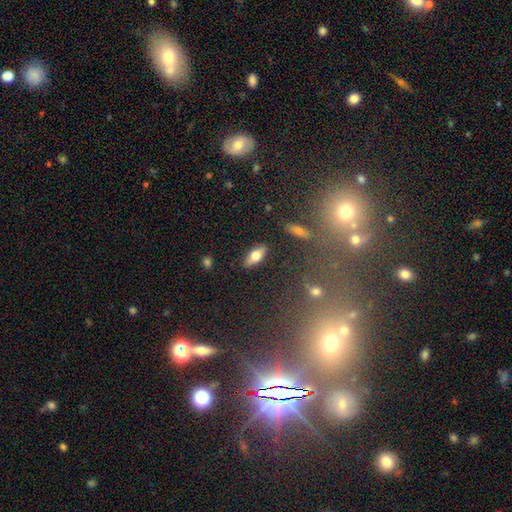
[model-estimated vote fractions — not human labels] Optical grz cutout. It shows a smooth galaxy with no disk features (71%) that is in between round and cigar-shaped (79%). Merging: none (87%).